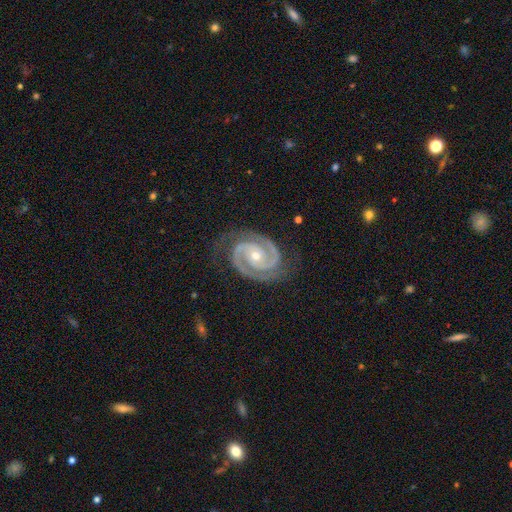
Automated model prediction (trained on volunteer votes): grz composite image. It shows a featured or disk galaxy (94%) with no bar (64%), 2 (93%) tight (69%) spiral arms (99%) and a small central bulge (52%). Merging: none (82%).